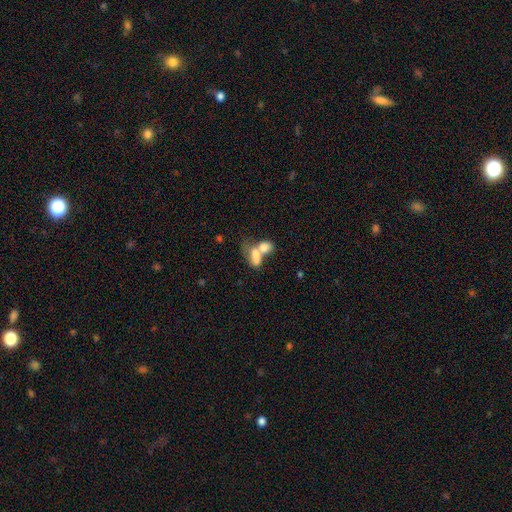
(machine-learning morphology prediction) A smooth galaxy with no disk features (73%) that is in between round and cigar-shaped (78%). Merging: merger (69%).